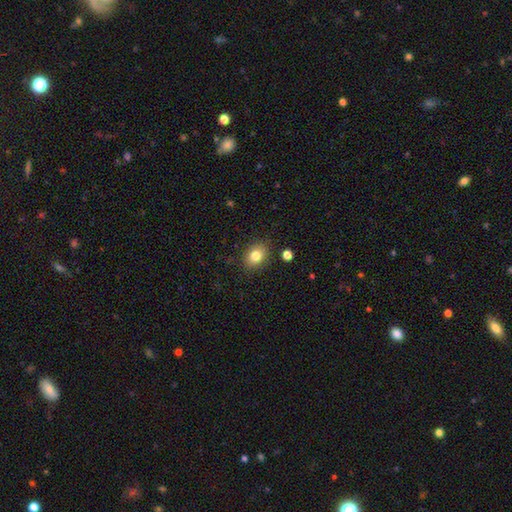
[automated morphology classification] Smooth or featured? Predicted: smooth (p=0.82). How rounded? Predicted: in between (p=0.59). Merging? Predicted: none (p=0.86).